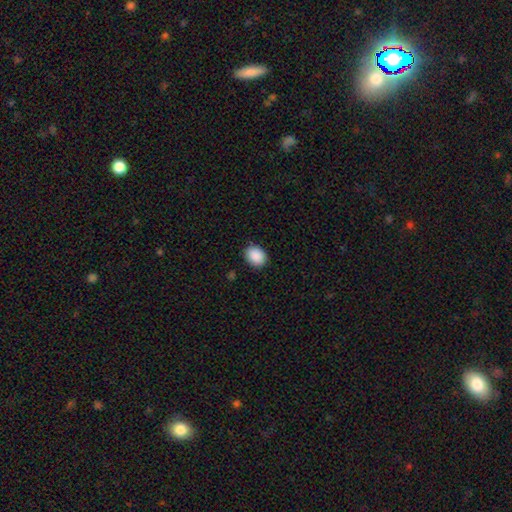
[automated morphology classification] A smooth galaxy with no disk features (90%) that is in between round and cigar-shaped (58%). Merging: none (88%).